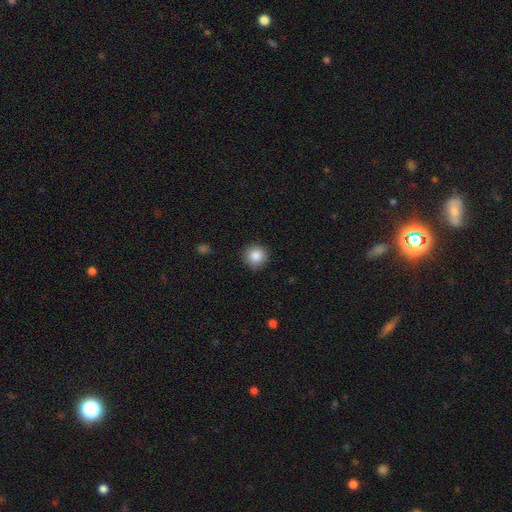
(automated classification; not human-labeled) Q: Smooth or featured?
A: smooth (86%); runner-up: star or artifact (9%)
Q: How rounded?
A: round (94%); runner-up: in between (5%)
Q: Merging?
A: none (89%); runner-up: minor disturbance (8%)